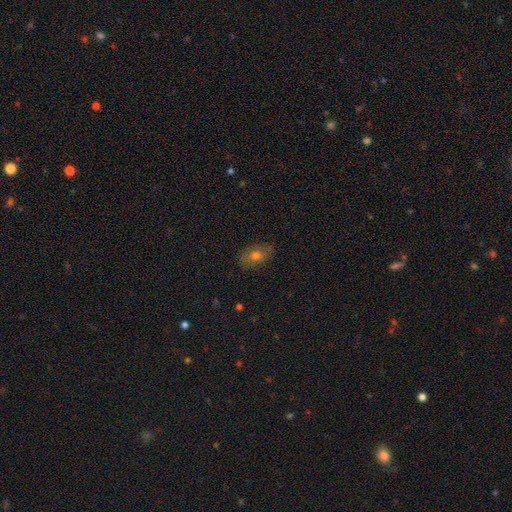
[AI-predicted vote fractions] Smooth or featured? Predicted: smooth (p=0.61). How rounded? Predicted: in between (p=0.83). Merging? Predicted: none (p=0.80).